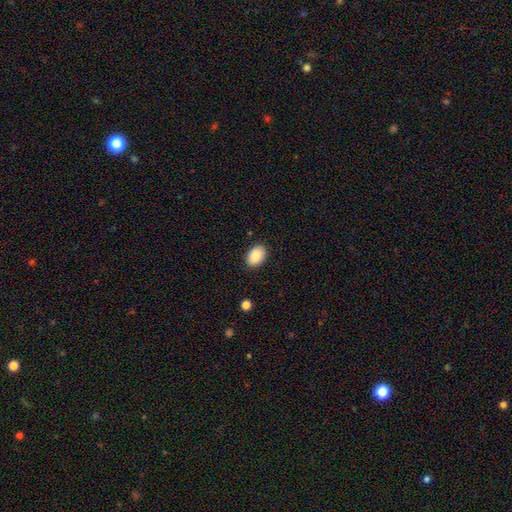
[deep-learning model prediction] Overall: smooth (89%). How rounded: in between (84%). Merging: none (88%).